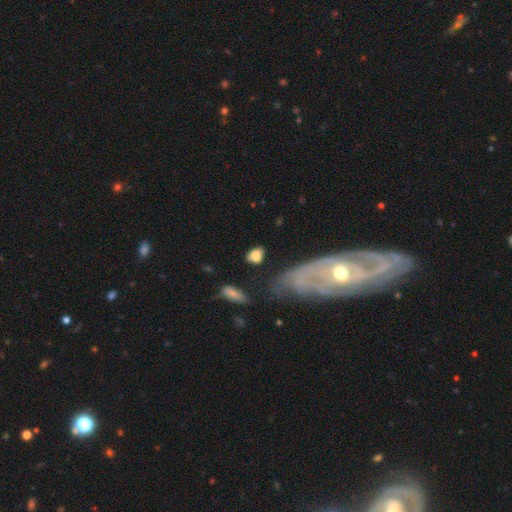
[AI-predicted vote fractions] smooth 76%, featured or disk 15%, star or artifact 9%. Down the decision tree: how rounded — in between (81%); merging — none (58%).